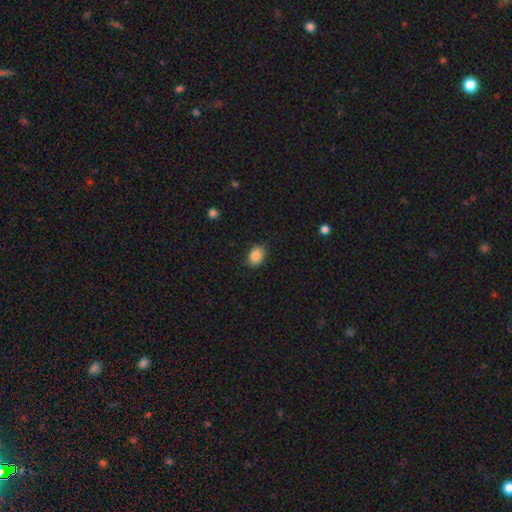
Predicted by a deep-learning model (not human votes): smooth-or-featured: smooth: 86% | star or artifact: 8% | featured or disk: 5%
  how-rounded: in between: 73% | round: 26% | cigar-shaped: 1%
  merging: none: 86% | minor disturbance: 11% | major disturbance: 2% | merger: 1%